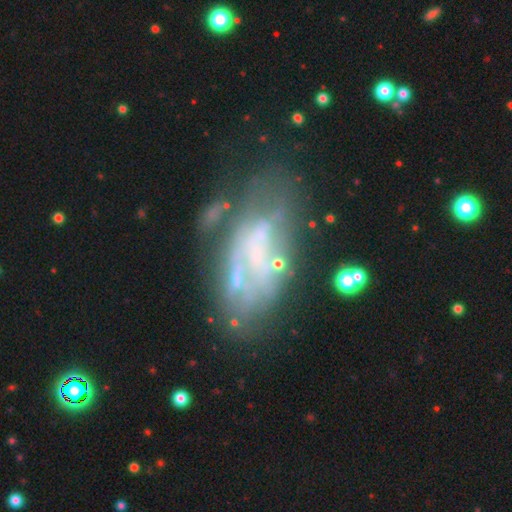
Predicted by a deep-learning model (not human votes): smooth-or-featured: featured or disk: 63% | smooth: 24% | star or artifact: 13%
  disk-edge-on: no: 93% | yes: 7%
    bar: no: 80% | weak: 14% | strong: 7%
    has-spiral-arms: no: 79% | yes: 21%
    bulge-size: none: 72% | small: 16% | moderate: 8% | large: 3% | dominant: 1%
  merging: none: 40% | major disturbance: 26% | minor disturbance: 23% | merger: 11%